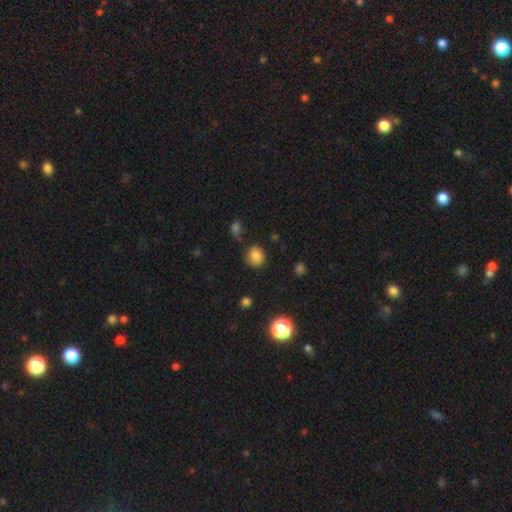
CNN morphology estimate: smooth-or-featured: smooth: 83% | star or artifact: 12% | featured or disk: 5%
  how-rounded: round: 81% | in between: 18% | cigar-shaped: 1%
  merging: none: 79% | minor disturbance: 14% | major disturbance: 4% | merger: 3%